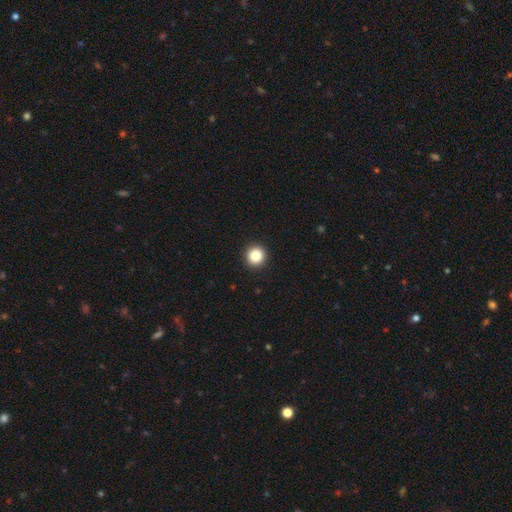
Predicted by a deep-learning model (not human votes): Morphology: type=smooth (85%); roundness=round (95%); merging=none (94%).